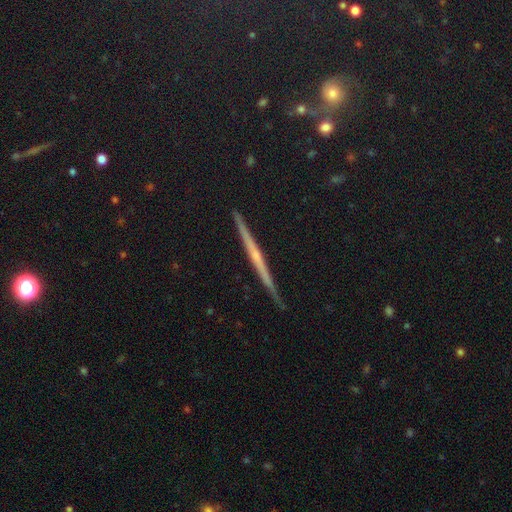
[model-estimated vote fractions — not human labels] smooth-or-featured: featured or disk: 74% | smooth: 19% | star or artifact: 7%
  disk-edge-on: yes: 98% | no: 2%
    edge-on-bulge: none: 52% | rounded: 42% | boxy: 7%
  merging: none: 89% | minor disturbance: 8% | major disturbance: 1% | merger: 1%